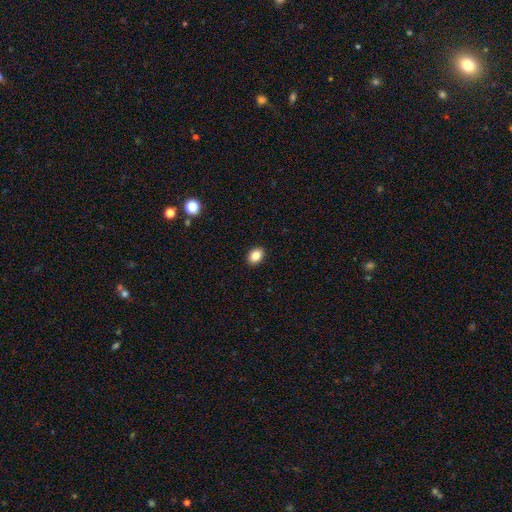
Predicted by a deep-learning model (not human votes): This is clearly a smooth galaxy (86%). How rounded: likely in between (74%). Merging: clearly none (91%).